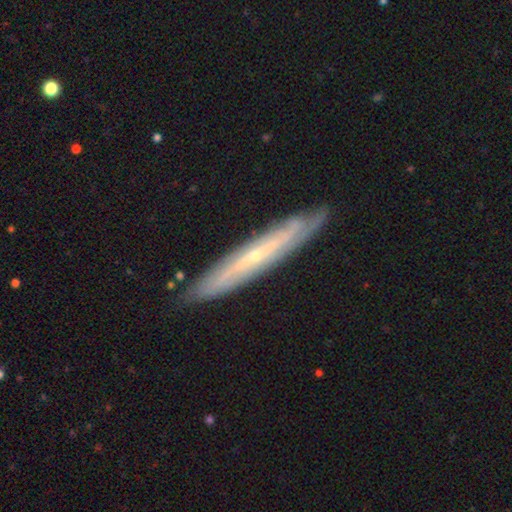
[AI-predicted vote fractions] A featured or disk galaxy (75%) viewed edge-on (70%) with a rounded central bulge (54%).

Vote fractions:
- Smooth or featured? featured or disk: 75% / smooth: 19% / star or artifact: 6%
- Edge-on disk? yes: 70% / no: 30%
- Edge-on bulge? rounded: 54% / none: 43% / boxy: 3%
- Merging? none: 84% / minor disturbance: 13% / major disturbance: 2% / merger: 1%